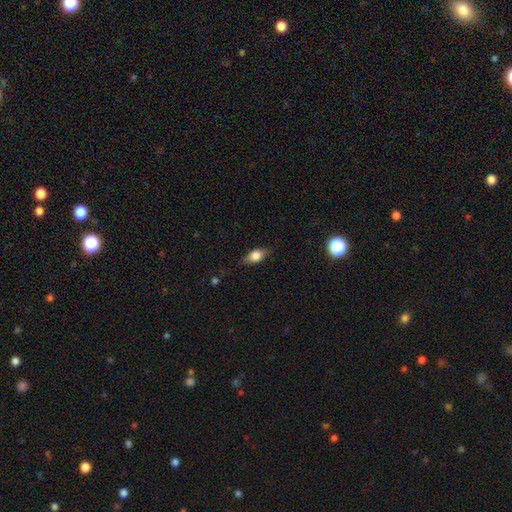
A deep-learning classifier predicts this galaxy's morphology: smooth-or-featured: smooth: 64% | featured or disk: 28% | star or artifact: 9%
  how-rounded: in between: 76% | round: 13% | cigar-shaped: 11%
  merging: none: 77% | minor disturbance: 17% | major disturbance: 5% | merger: 1%